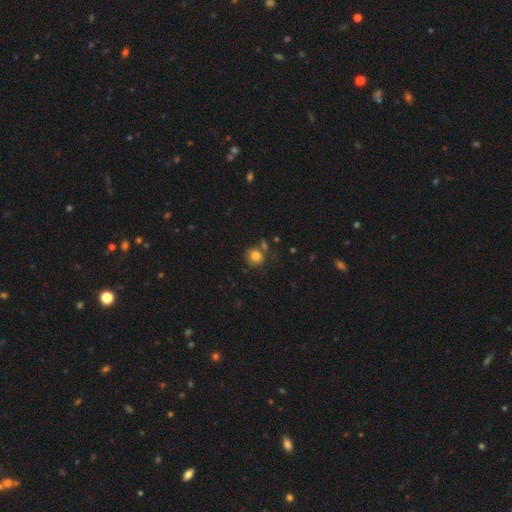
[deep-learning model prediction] Morphology: type=smooth (81%); roundness=round (82%); merging=none (66%).